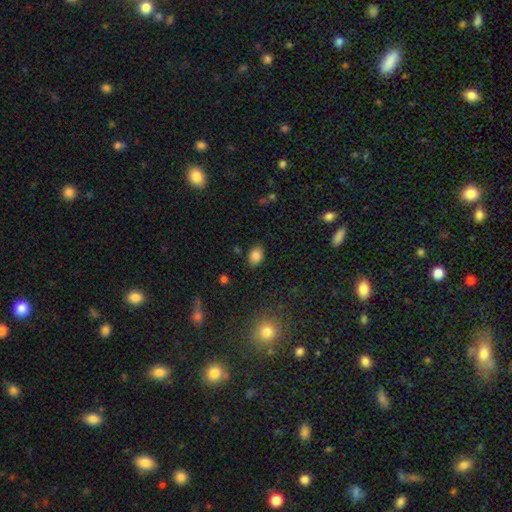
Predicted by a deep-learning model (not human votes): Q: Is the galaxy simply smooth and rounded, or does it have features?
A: smooth — 84%.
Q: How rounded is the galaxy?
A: in between — 61%.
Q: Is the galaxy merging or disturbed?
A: none — 83%.